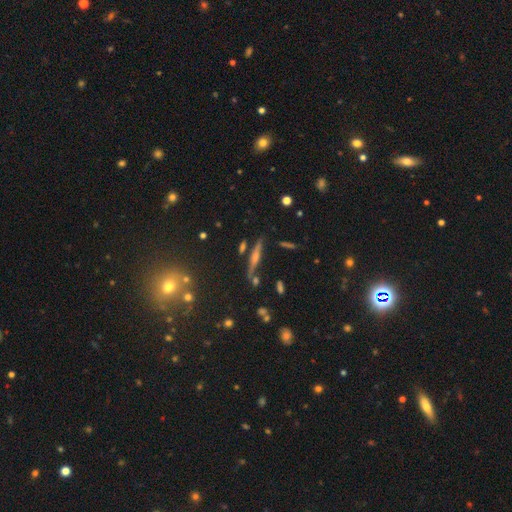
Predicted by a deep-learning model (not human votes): Smooth or featured?
  - featured or disk: 64% *
  - smooth: 22%
  - star or artifact: 14%
Edge-on disk?
  - yes: 93% *
  - no: 7%
Edge-on bulge?
  - rounded: 81% *
  - none: 11%
  - boxy: 8%
Merging?
  - none: 78% *
  - minor disturbance: 12%
  - merger: 6%
  - major disturbance: 4%